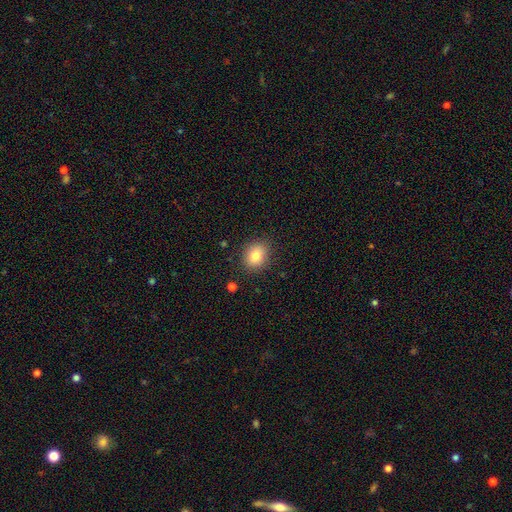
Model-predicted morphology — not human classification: Q: Smooth or featured?
A: smooth (81%); runner-up: star or artifact (10%)
Q: How rounded?
A: round (57%); runner-up: in between (42%)
Q: Merging?
A: none (86%); runner-up: minor disturbance (10%)